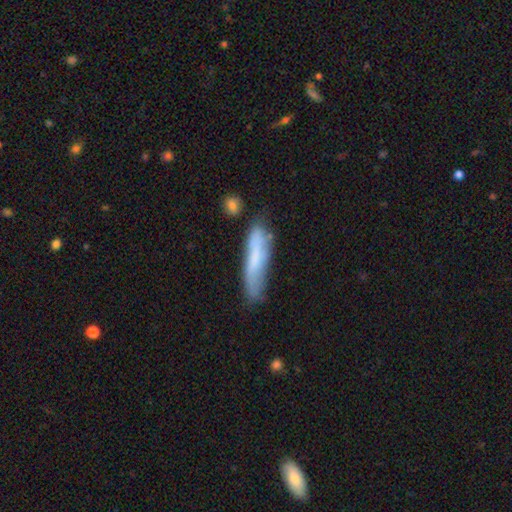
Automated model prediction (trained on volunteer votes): Morphology: type=smooth (64%); roundness=cigar-shaped (81%); merging=none (58%).